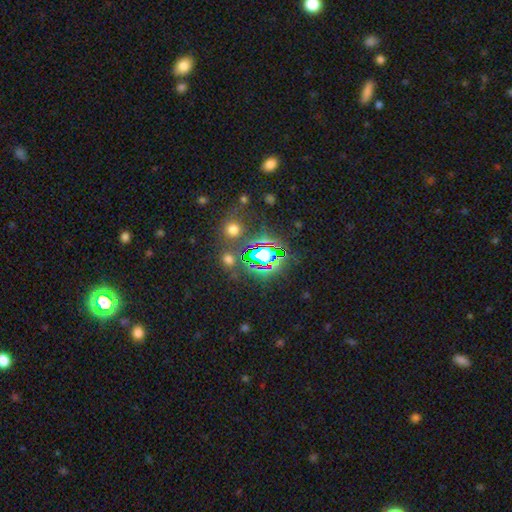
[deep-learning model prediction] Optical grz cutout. It shows a star or artifact, not a galaxy (69%).